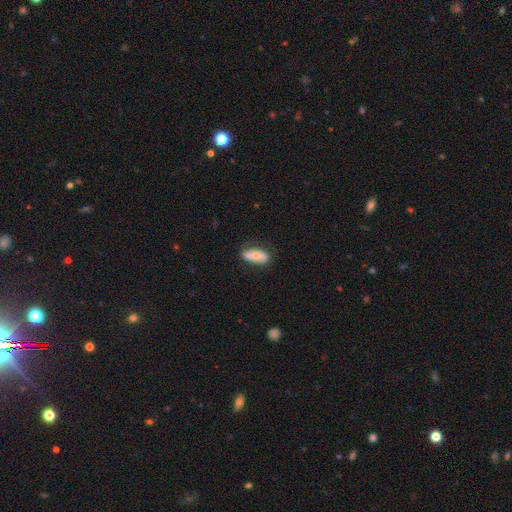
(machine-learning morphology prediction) Smooth or featured? smooth (57%)
How rounded? in between (81%)
Merging? none (71%)